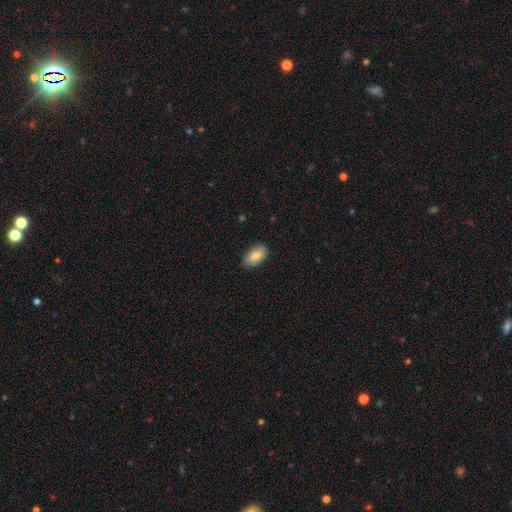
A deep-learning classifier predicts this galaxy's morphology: type=smooth (83%); roundness=in between (93%); merging=none (82%).